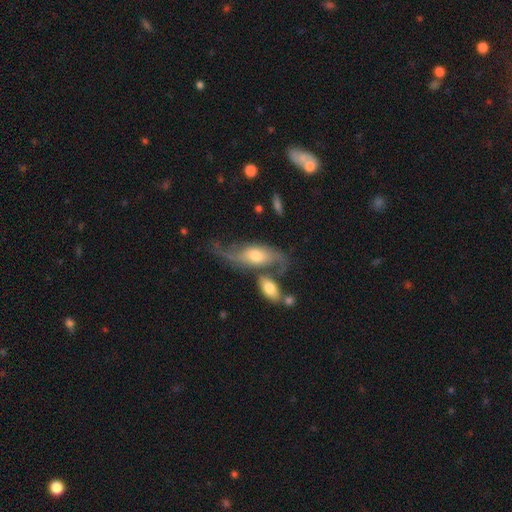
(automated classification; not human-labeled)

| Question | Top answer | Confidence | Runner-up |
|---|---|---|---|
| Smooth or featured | featured or disk | 70% | smooth (23%) |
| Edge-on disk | no | 88% | yes (12%) |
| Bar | no | 62% | weak (30%) |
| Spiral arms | yes | 89% | no (11%) |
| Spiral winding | loose | 78% | medium (17%) |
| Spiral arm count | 2 | 83% | 1 (8%) |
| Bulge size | moderate | 59% | small (18%) |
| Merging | none | 37% | merger (24%) |